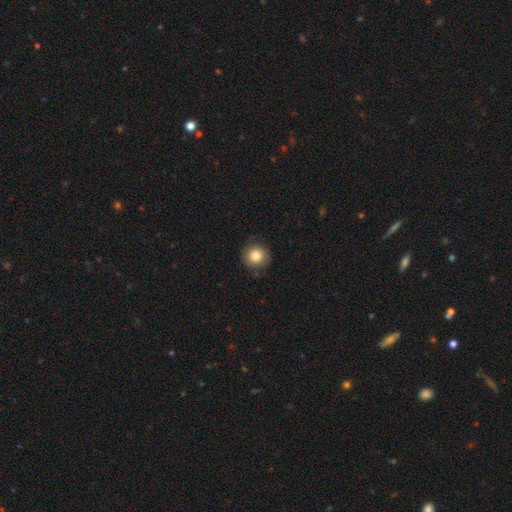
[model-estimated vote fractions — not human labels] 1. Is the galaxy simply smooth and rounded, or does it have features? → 84% smooth, 9% star or artifact, 7% featured or disk.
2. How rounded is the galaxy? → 93% round, 6% in between, 1% cigar-shaped.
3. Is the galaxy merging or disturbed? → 86% none, 10% minor disturbance, 3% major disturbance, 1% merger.